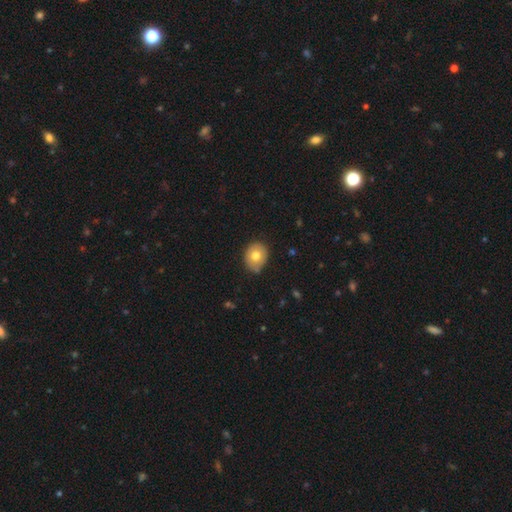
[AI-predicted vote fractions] smooth 75%, featured or disk 16%, star or artifact 9%. Down the decision tree: how rounded — round (60%); merging — none (73%).